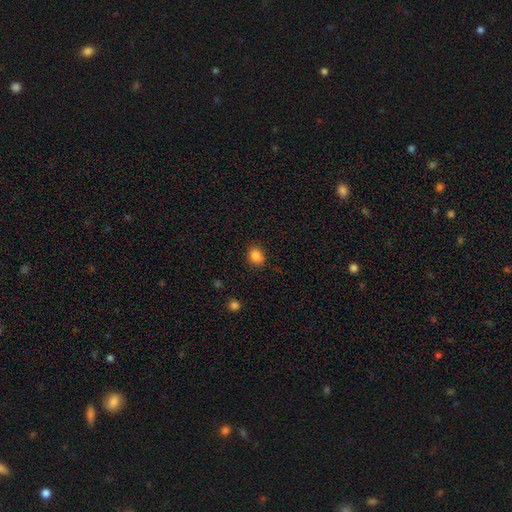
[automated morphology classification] A smooth galaxy with no disk features (85%) that is round (56%). Merging: none (85%).